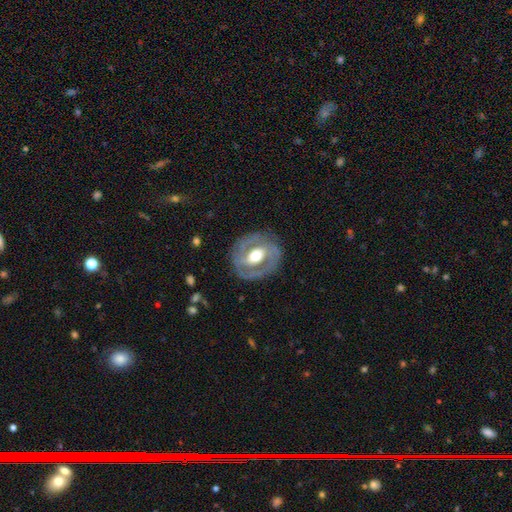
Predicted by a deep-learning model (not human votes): This appears to be a featured or disk galaxy (79%) with a weak bar (37%), 2 (78%) tight (52%) spiral arms (73%) and a moderate central bulge (70%). Merging: none (81%).